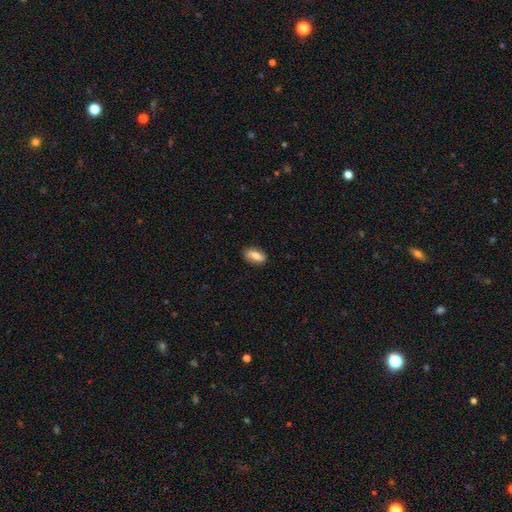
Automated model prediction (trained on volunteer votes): This is likely a smooth galaxy (68%). How rounded: clearly in between (83%). Merging: clearly none (82%).